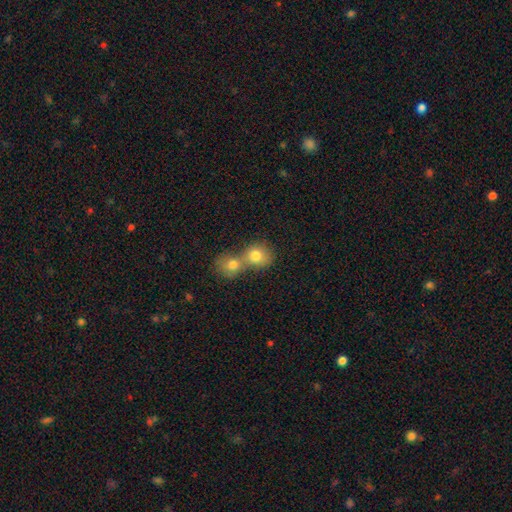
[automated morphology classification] A smooth galaxy with no disk features (68%) that is round (80%).

Vote fractions:
- Smooth or featured? smooth: 68% / star or artifact: 16% / featured or disk: 15%
- How rounded? round: 80% / in between: 18% / cigar-shaped: 2%
- Merging? merger: 54% / none: 37% / minor disturbance: 6% / major disturbance: 3%